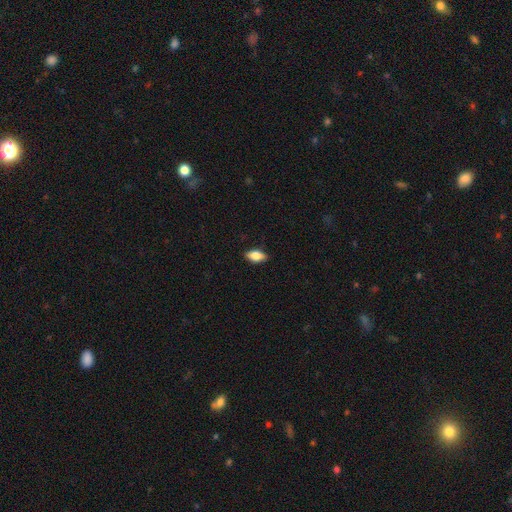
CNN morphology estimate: type=smooth (74%); roundness=in between (87%); merging=none (87%).